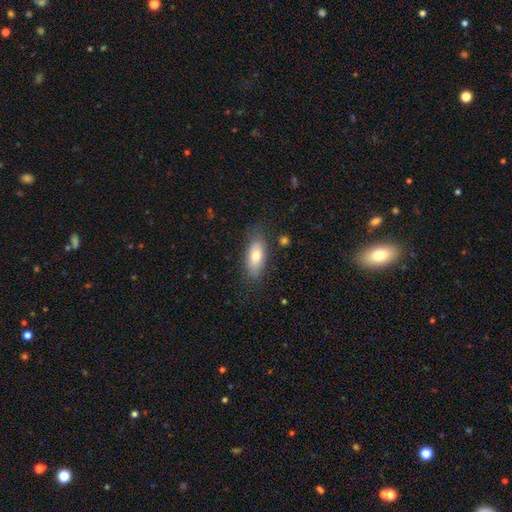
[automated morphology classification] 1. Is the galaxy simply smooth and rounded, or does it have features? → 73% smooth, 20% featured or disk, 7% star or artifact.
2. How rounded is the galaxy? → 81% in between, 15% cigar-shaped, 3% round.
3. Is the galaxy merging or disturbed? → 78% none, 16% minor disturbance, 4% major disturbance, 2% merger.